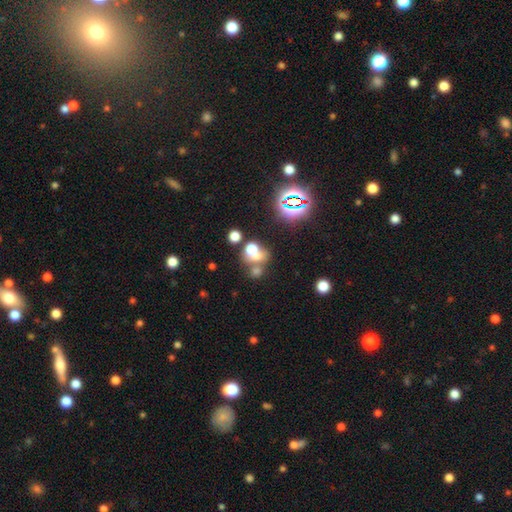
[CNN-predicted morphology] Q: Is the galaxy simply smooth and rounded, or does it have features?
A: smooth — 54%.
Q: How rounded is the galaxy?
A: round — 61%.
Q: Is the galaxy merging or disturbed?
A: merger — 51%.